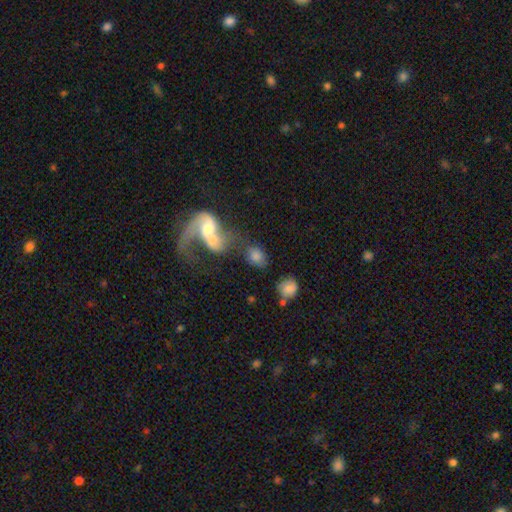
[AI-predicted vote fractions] Q: Smooth or featured?
A: smooth (58%); runner-up: featured or disk (31%)
Q: How rounded?
A: in between (64%); runner-up: round (33%)
Q: Merging?
A: merger (56%); runner-up: none (24%)